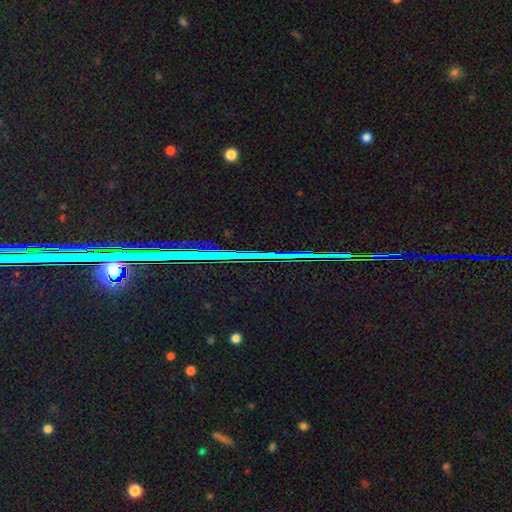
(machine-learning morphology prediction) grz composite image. It shows a star or artifact, not a galaxy (84%).